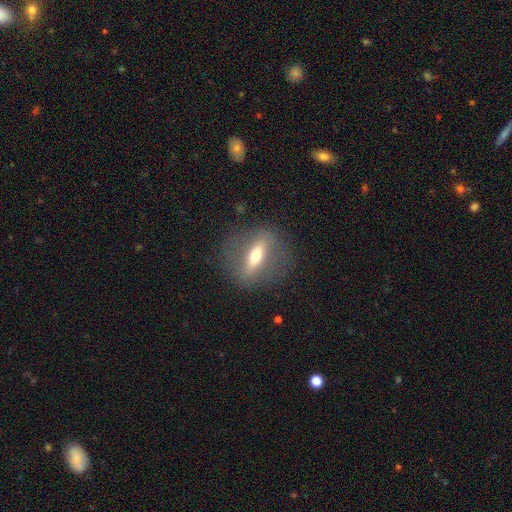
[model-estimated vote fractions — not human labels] Smooth or featured: featured or disk — 55% (smooth — 36%)
Edge-on disk: yes — 51% (no — 49%)
Merging: none — 81% (minor disturbance — 11%)